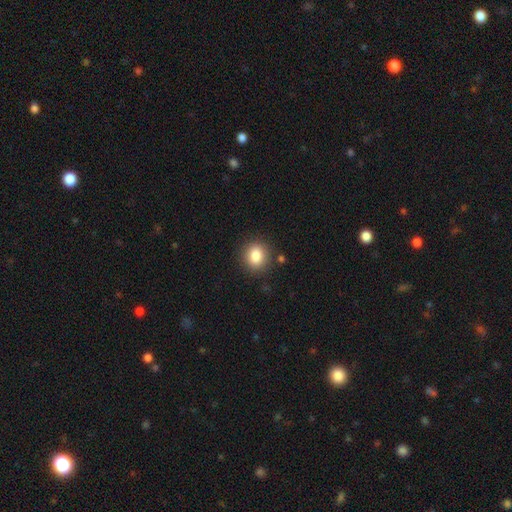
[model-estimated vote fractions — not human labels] Morphology: type=smooth (84%); roundness=round (76%); merging=none (87%).